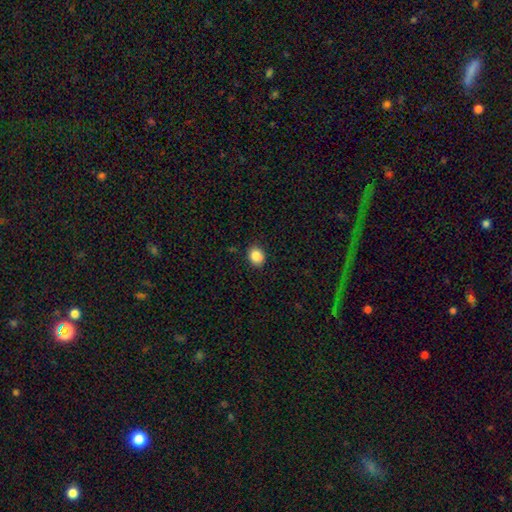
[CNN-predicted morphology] Overall: smooth (86%). How rounded: round (57%; in between 42%). Merging: none (86%).